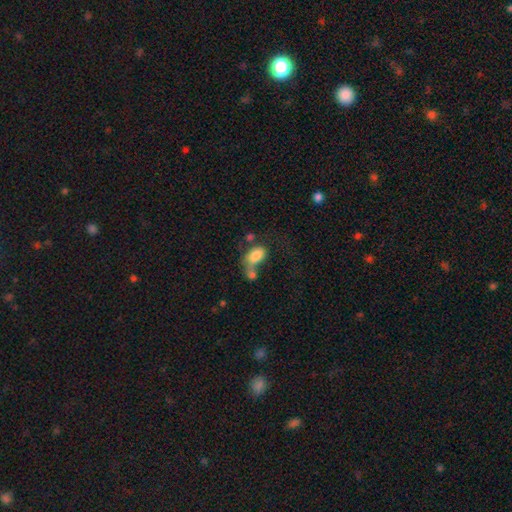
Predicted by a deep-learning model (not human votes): This is likely a smooth galaxy (78%). How rounded: clearly in between (89%). Merging: possibly merger (49%).